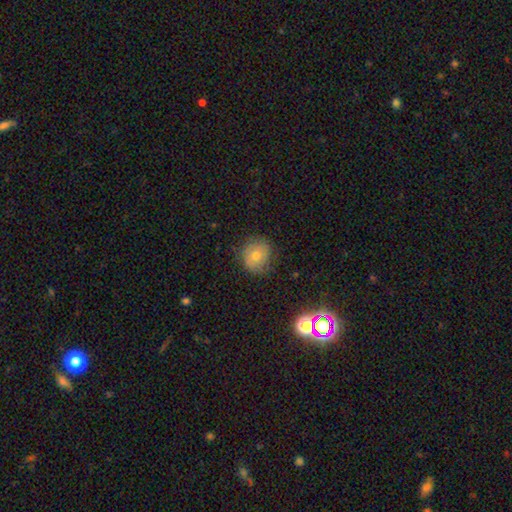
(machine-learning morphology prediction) A smooth galaxy with no disk features (64%) that is round (85%).

Vote fractions:
- Smooth or featured? smooth: 64% / featured or disk: 19% / star or artifact: 17%
- How rounded? round: 85% / in between: 14% / cigar-shaped: 1%
- Merging? none: 81% / minor disturbance: 14% / major disturbance: 4% / merger: 1%